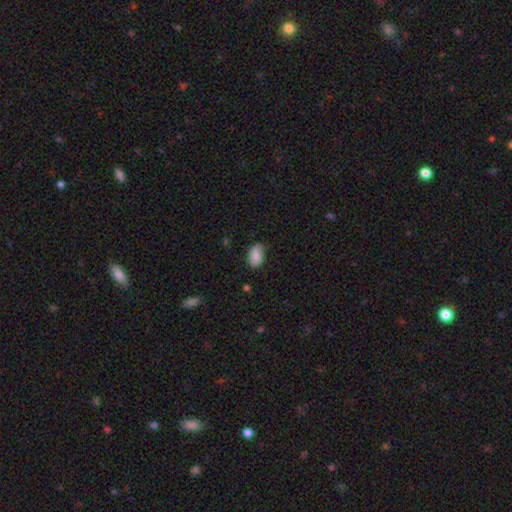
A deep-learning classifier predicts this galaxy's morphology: Smooth or featured? smooth (83%)
How rounded? in between (89%)
Merging? none (64%)